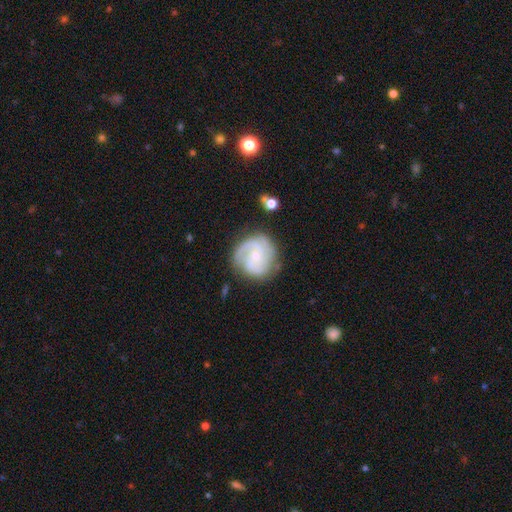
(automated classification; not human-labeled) A featured or disk galaxy (83%) with no bar (67%), 2 (38%) tight (52%) spiral arms (96%) and a small central bulge (72%).

Vote fractions:
- Smooth or featured? featured or disk: 83% / smooth: 12% / star or artifact: 5%
- Edge-on disk? no: 98% / yes: 2%
- Bar? no: 67% / weak: 27% / strong: 5%
- Spiral arms? yes: 96% / no: 4%
- Spiral winding? tight: 52% / medium: 38% / loose: 10%
- Spiral arm count? 2: 38% / 3: 31% / can't tell: 16% / 1: 7% / 4: 5% / more than 4: 4%
- Bulge size? small: 72% / moderate: 25% / none: 2% / large: 1% / dominant: 1%
- Merging? none: 73% / minor disturbance: 18% / major disturbance: 7% / merger: 2%